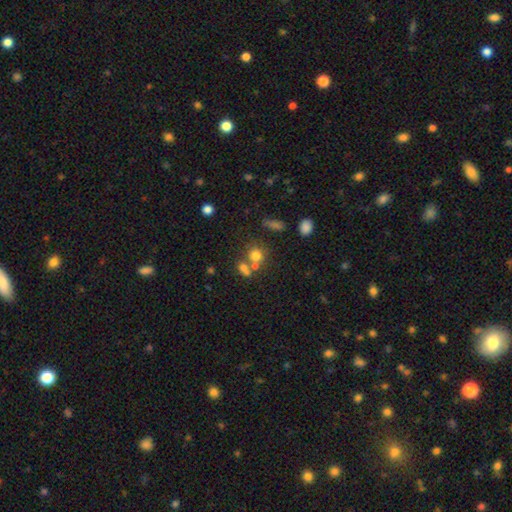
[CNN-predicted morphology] Smooth or featured: smooth — 69% (star or artifact — 17%)
How rounded: round — 78% (in between — 20%)
Merging: none — 46% (merger — 38%)